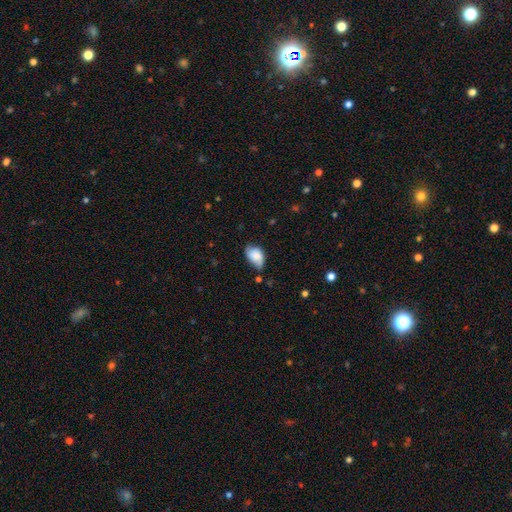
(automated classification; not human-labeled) smooth-or-featured: smooth: 77% | featured or disk: 15% | star or artifact: 8%
  how-rounded: in between: 89% | round: 10% | cigar-shaped: 1%
  merging: none: 50% | minor disturbance: 38% | major disturbance: 8% | merger: 4%